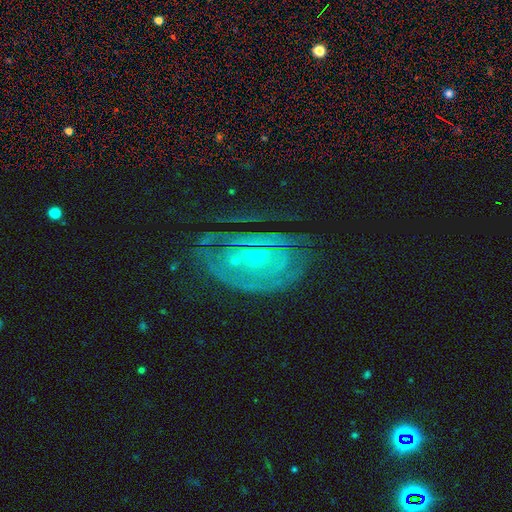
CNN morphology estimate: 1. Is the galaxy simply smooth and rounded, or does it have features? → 76% featured or disk, 13% star or artifact, 11% smooth.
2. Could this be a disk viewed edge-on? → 95% no, 5% yes.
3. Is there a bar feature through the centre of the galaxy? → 71% no, 21% weak, 8% strong.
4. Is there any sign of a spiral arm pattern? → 85% yes, 15% no.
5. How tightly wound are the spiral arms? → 75% tight, 19% medium, 6% loose.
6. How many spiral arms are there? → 43% can't tell, 21% 2, 13% 3, 8% 4, 7% more than 4, 7% 1.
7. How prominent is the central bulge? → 68% small, 28% moderate, 2% large, 1% none, 1% dominant.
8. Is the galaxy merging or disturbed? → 71% none, 18% minor disturbance, 8% major disturbance, 4% merger.